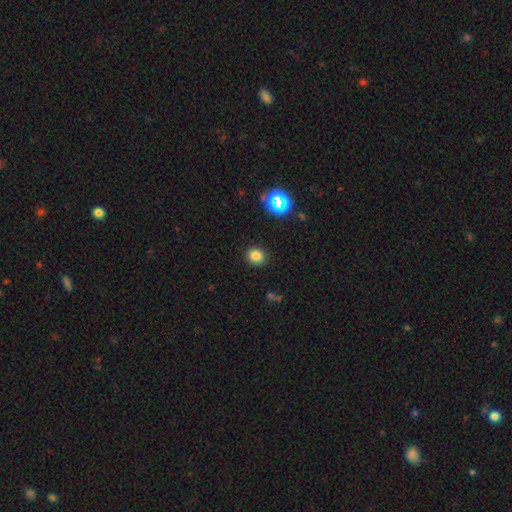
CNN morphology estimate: Overall: smooth (80%). How rounded: round (86%). Merging: none (90%).